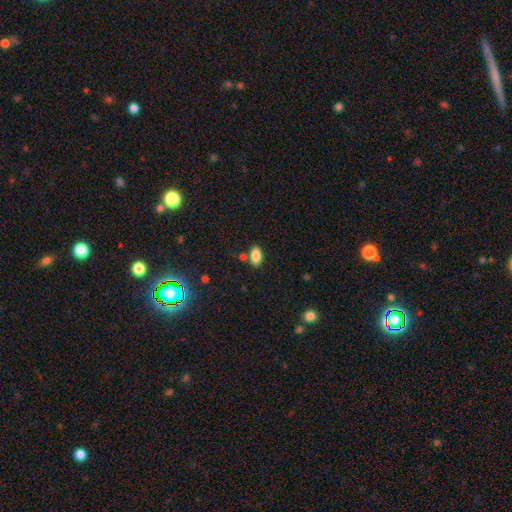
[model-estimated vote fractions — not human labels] The model was most divided on "merging": none: 79%, minor disturbance: 11%, merger: 7%, major disturbance: 3%. More confident: how rounded — in between (91%); smooth or featured — smooth (84%).